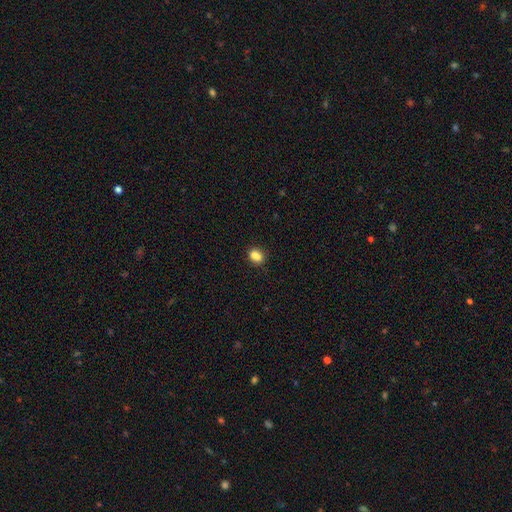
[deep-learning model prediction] Smooth or featured? smooth (79%)
How rounded? in between (50%)
Merging? none (59%)